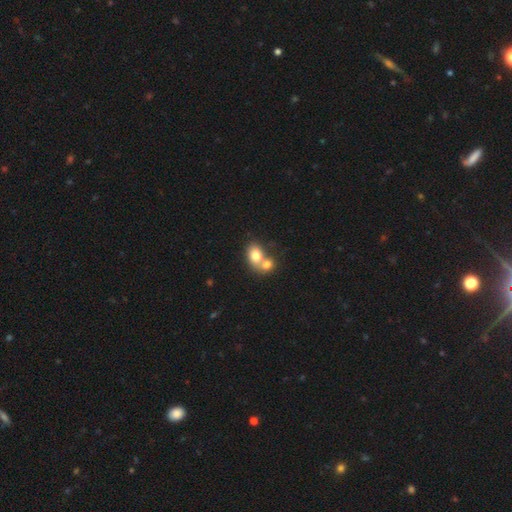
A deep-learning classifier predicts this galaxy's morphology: Smooth or featured? Predicted: smooth (p=0.74). How rounded? Predicted: in between (p=0.60). Merging? Predicted: merger (p=0.67).